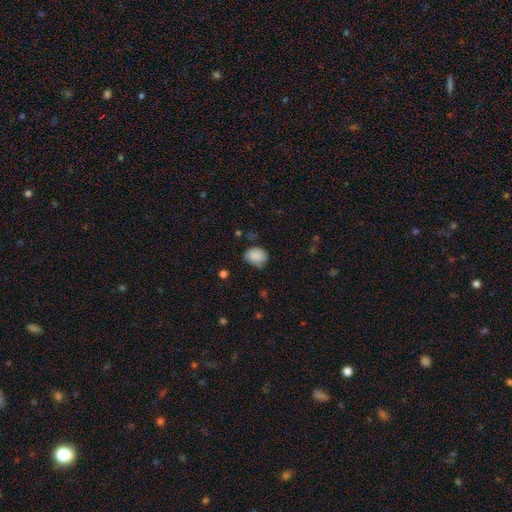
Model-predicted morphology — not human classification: The model was most divided on "how rounded": round: 52%, in between: 47%, cigar-shaped: 1%. More confident: smooth or featured — smooth (87%); merging — none (66%).